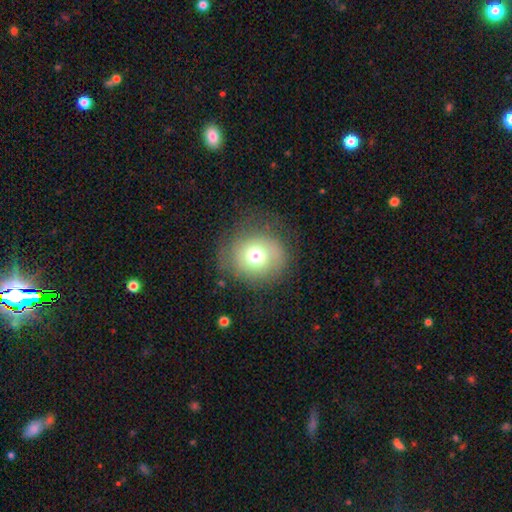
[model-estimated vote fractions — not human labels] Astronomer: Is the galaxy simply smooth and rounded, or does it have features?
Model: smooth — 69%.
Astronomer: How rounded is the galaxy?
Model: round — 86%.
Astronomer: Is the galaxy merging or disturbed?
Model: none — 71%.